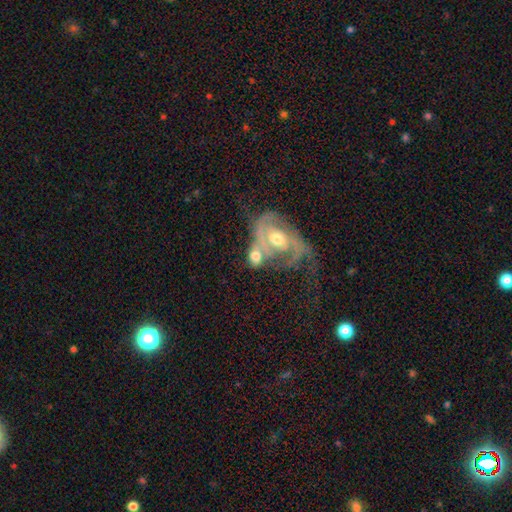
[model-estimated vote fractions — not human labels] This is possibly a featured or disk galaxy (57%). It is clearly not viewed edge-on (93%). Bar: likely no (62%). Spiral arm pattern: likely yes (74%). Central bulge: likely moderate (64%). Merging: possibly merger (52%).